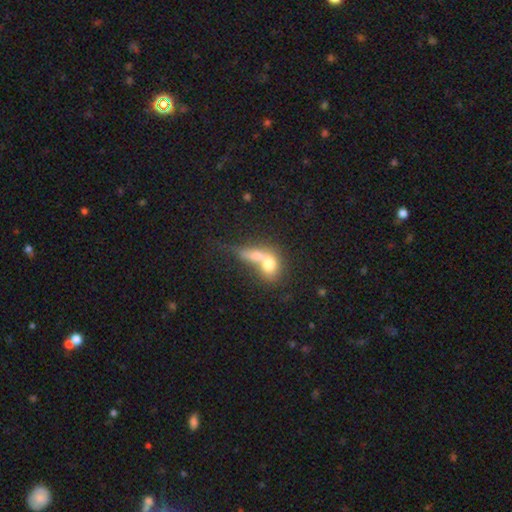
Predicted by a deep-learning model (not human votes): Morphology: type=smooth (70%); roundness=in between (56%); merging=merger (74%).